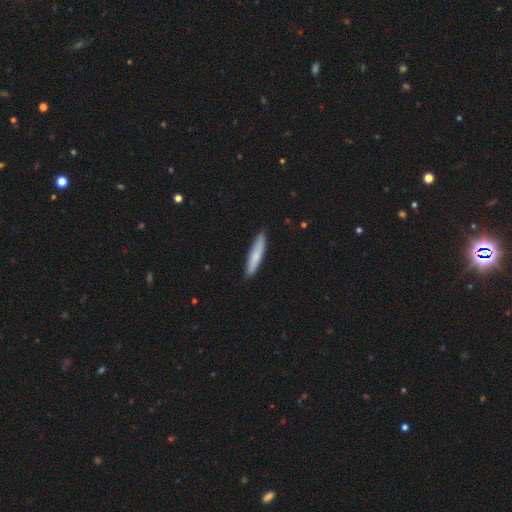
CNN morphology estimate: Q: Smooth or featured?
A: smooth (73%); runner-up: featured or disk (22%)
Q: How rounded?
A: cigar-shaped (89%); runner-up: in between (10%)
Q: Merging?
A: none (89%); runner-up: minor disturbance (9%)